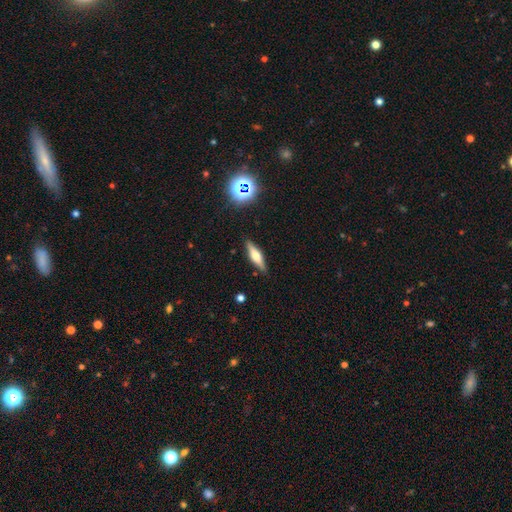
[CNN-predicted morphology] Smooth or featured? Predicted: featured or disk (p=0.46). Merging? Predicted: none (p=0.87).